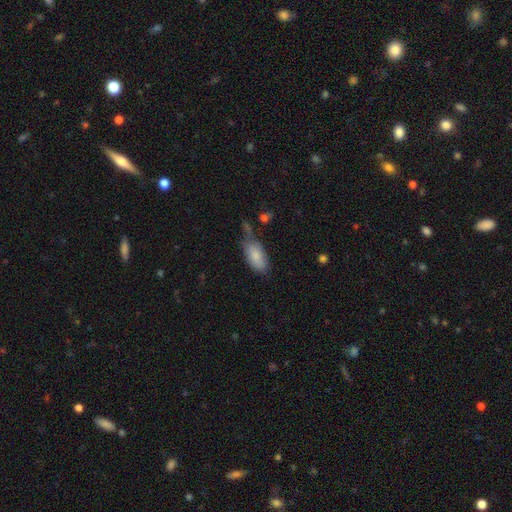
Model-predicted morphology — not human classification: Q: Smooth or featured?
A: smooth (83%); runner-up: featured or disk (11%)
Q: How rounded?
A: in between (91%); runner-up: cigar-shaped (6%)
Q: Merging?
A: none (45%); runner-up: minor disturbance (31%)